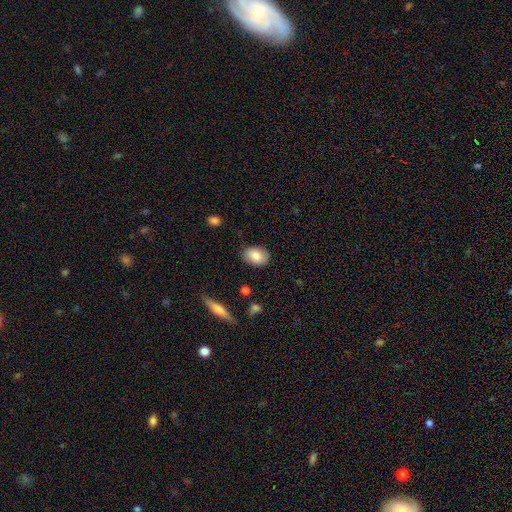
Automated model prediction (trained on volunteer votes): smooth 83%, featured or disk 10%, star or artifact 7%. Down the decision tree: how rounded — in between (80%); merging — none (85%).